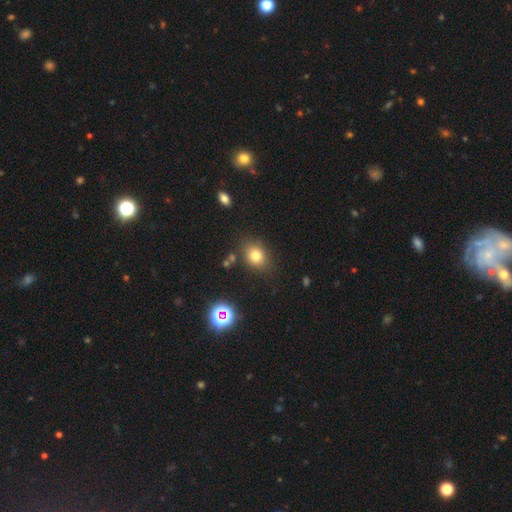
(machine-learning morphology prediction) smooth-or-featured: smooth: 76% | star or artifact: 15% | featured or disk: 9%
  how-rounded: round: 52% | in between: 47% | cigar-shaped: 1%
  merging: none: 80% | minor disturbance: 12% | major disturbance: 4% | merger: 4%